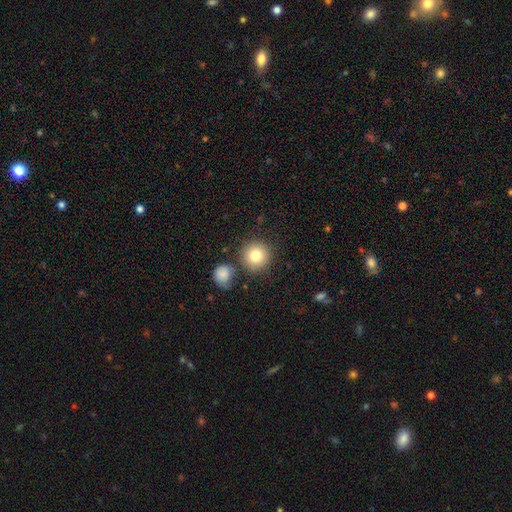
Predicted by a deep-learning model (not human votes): Overall: smooth (82%). How rounded: round (95%). Merging: none (78%).